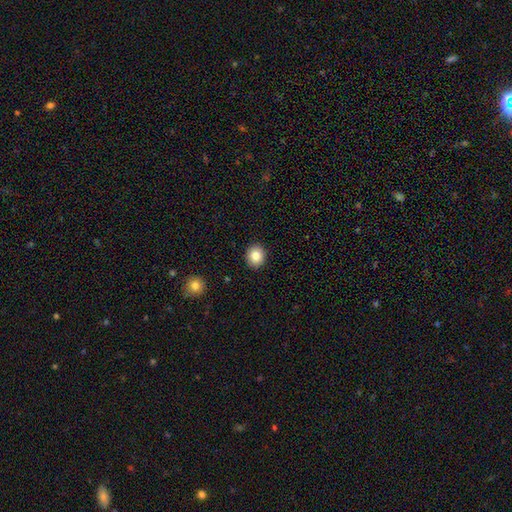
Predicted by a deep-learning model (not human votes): Morphology: type=smooth (84%); roundness=round (81%); merging=none (92%).